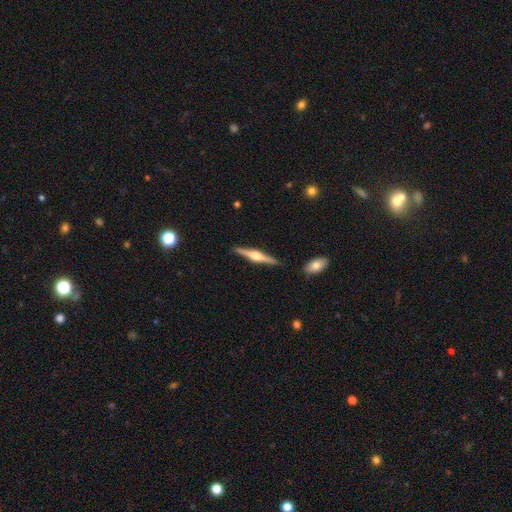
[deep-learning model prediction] smooth_or_featured: featured or disk (p=0.79) [alt: smooth p=0.16]
disk_edge_on: yes (p=0.98) [alt: no p=0.02]
edge_on_bulge: rounded (p=0.86) [alt: boxy p=0.12]
merging: none (p=0.90) [alt: minor disturbance p=0.07]